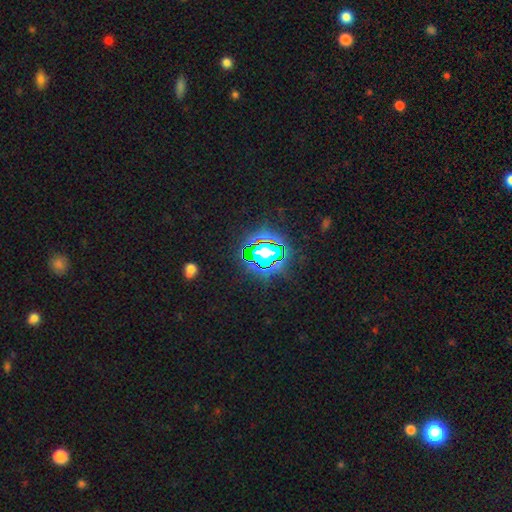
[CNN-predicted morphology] A star or artifact, not a galaxy (81%).